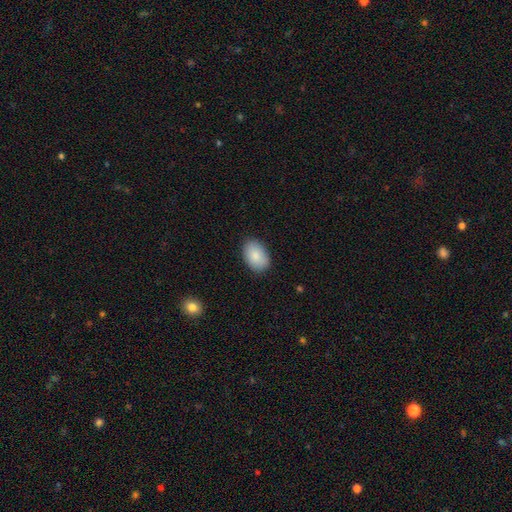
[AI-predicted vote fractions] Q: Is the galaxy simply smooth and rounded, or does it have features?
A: smooth — 88%.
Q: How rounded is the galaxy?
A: in between — 89%.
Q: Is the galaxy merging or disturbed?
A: none — 87%.